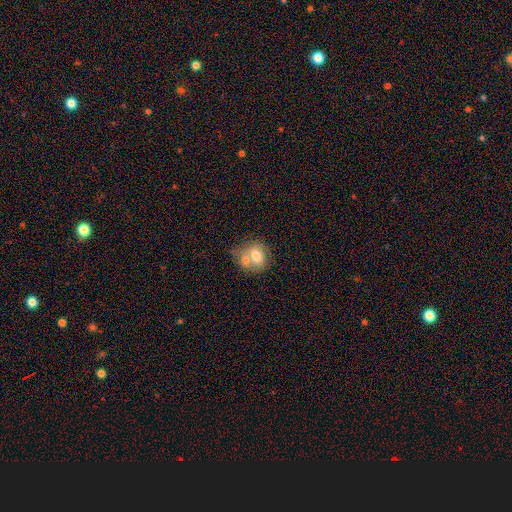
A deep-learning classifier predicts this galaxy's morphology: smooth_or_featured: smooth (p=0.69) [alt: featured or disk p=0.23]
how_rounded: round (p=0.61) [alt: in between p=0.38]
merging: merger (p=0.53) [alt: none p=0.31]